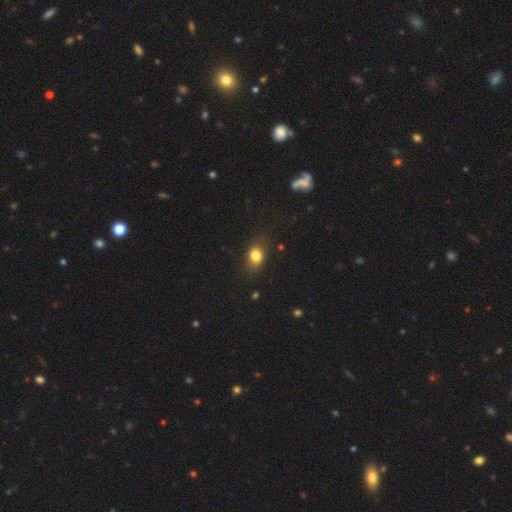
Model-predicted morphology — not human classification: This is clearly a smooth galaxy (82%). How rounded: likely in between (65%). Merging: likely none (77%).